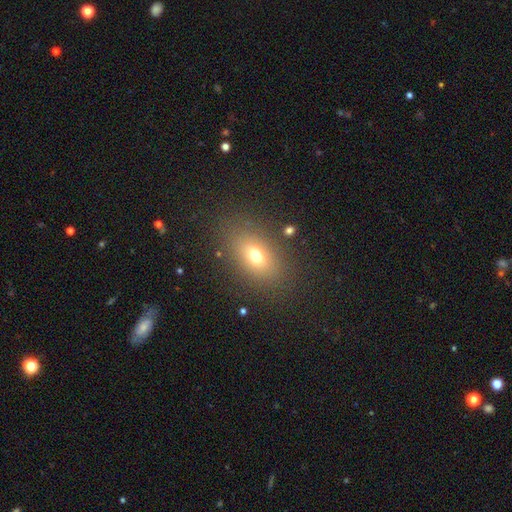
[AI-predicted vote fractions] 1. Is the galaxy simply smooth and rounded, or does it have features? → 69% smooth, 16% featured or disk, 15% star or artifact.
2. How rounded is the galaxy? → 77% in between, 20% round, 3% cigar-shaped.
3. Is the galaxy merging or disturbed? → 83% none, 10% minor disturbance, 6% major disturbance, 2% merger.